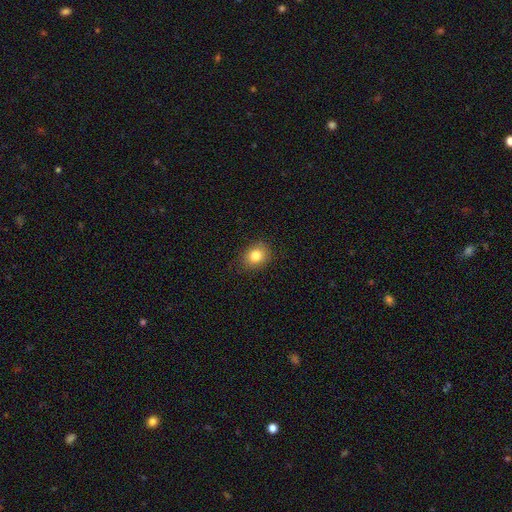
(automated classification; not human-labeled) The model was most divided on "how rounded": round: 57%, in between: 42%, cigar-shaped: 1%. More confident: merging — none (85%); smooth or featured — smooth (83%).